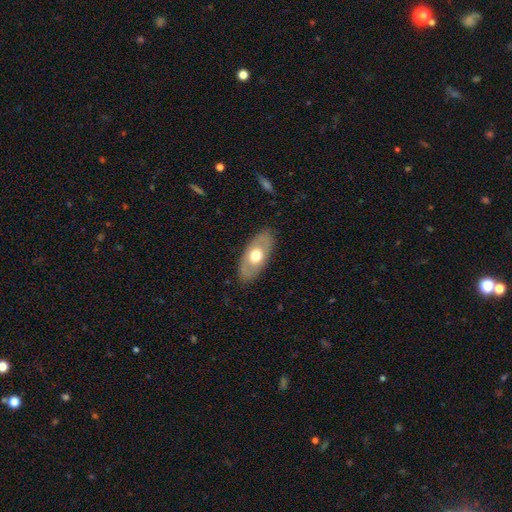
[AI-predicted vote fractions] A smooth galaxy with no disk features (53%) that is in between round and cigar-shaped (89%).

Vote fractions:
- Smooth or featured? smooth: 53% / featured or disk: 41% / star or artifact: 5%
- How rounded? in between: 89% / cigar-shaped: 6% / round: 5%
- Merging? none: 84% / minor disturbance: 12% / major disturbance: 3% / merger: 1%